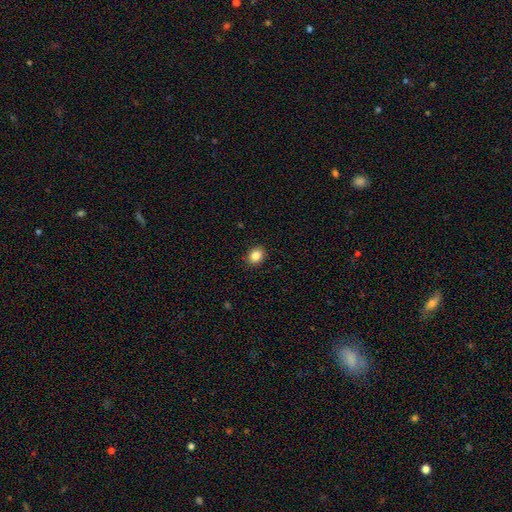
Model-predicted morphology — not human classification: The model was most divided on "how rounded": round: 52%, in between: 47%, cigar-shaped: 1%. More confident: merging — none (90%); smooth or featured — smooth (86%).